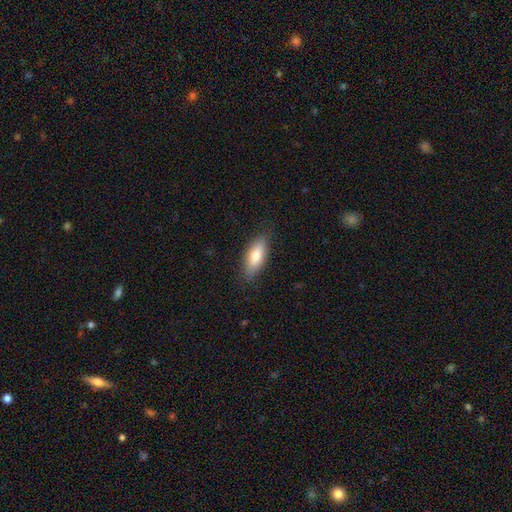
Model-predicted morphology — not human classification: Q: Smooth or featured?
A: smooth (75%); runner-up: featured or disk (19%)
Q: How rounded?
A: in between (73%); runner-up: cigar-shaped (24%)
Q: Merging?
A: none (83%); runner-up: minor disturbance (13%)